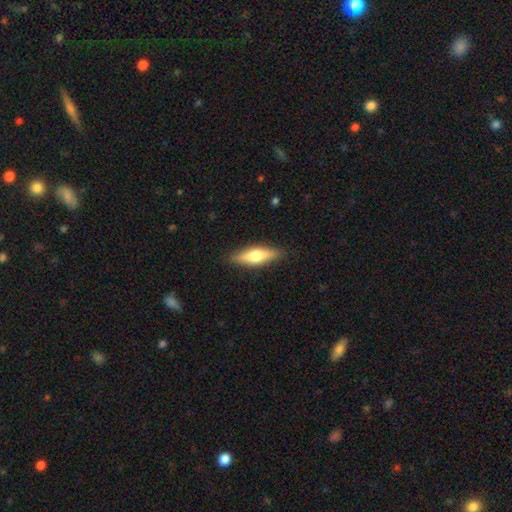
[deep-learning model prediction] smooth 54%, featured or disk 40%, star or artifact 6%. Down the decision tree: how rounded — cigar-shaped (58%); merging — none (88%).